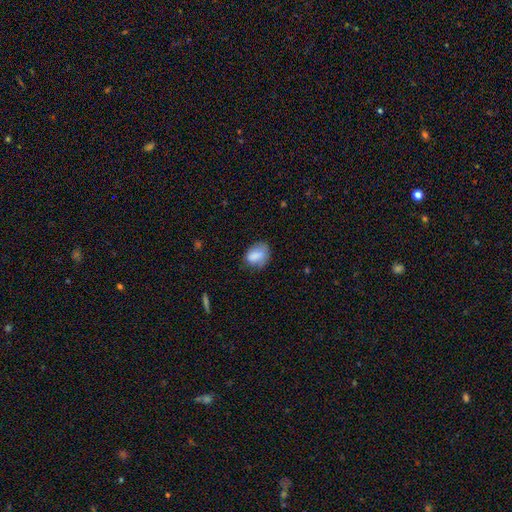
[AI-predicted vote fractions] This appears to be a smooth galaxy with no disk features (80%) that is in between round and cigar-shaped (71%). Merging: none (56%).